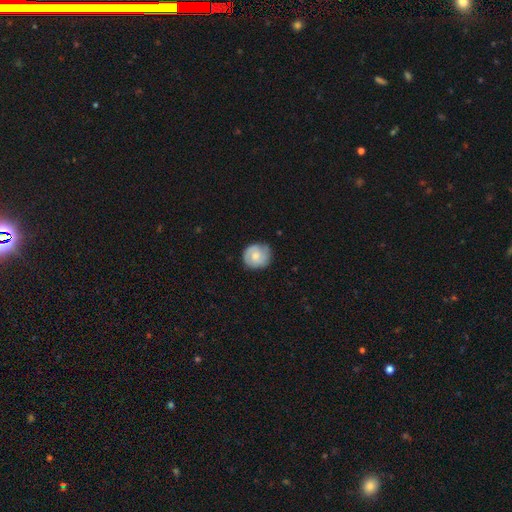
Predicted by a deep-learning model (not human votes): Smooth or featured? Predicted: smooth (p=0.52). How rounded? Predicted: round (p=0.85). Merging? Predicted: none (p=0.74).